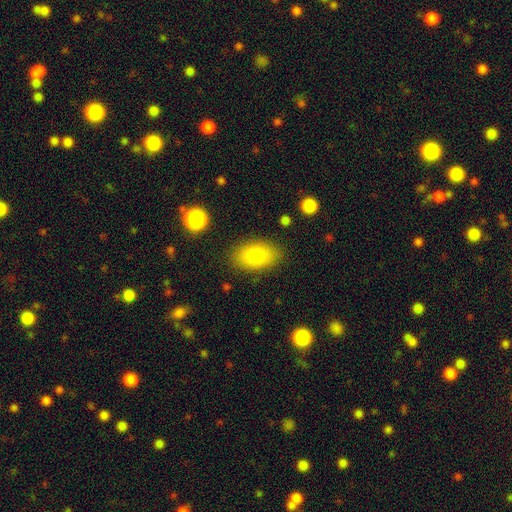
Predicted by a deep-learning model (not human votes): smooth-or-featured: smooth: 79% | featured or disk: 12% | star or artifact: 9%
  how-rounded: in between: 88% | round: 10% | cigar-shaped: 2%
  merging: none: 84% | minor disturbance: 11% | major disturbance: 3% | merger: 2%